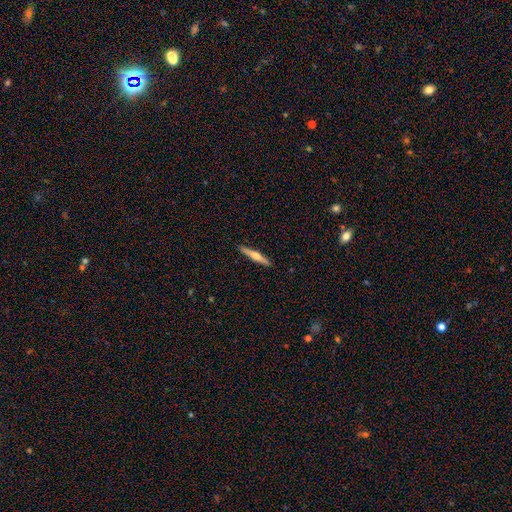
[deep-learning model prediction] featured or disk 57%, smooth 37%, star or artifact 5%. Down the decision tree: edge-on disk — yes (97%); edge-on bulge — rounded (89%); merging — none (91%).